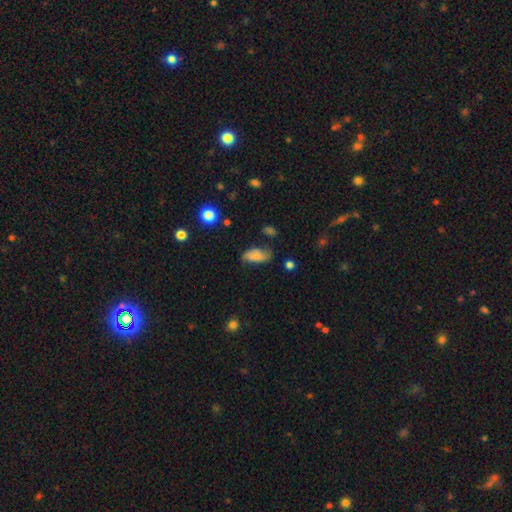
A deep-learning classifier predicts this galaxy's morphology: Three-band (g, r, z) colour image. It shows a smooth galaxy with no disk features (68%) that is in between round and cigar-shaped (88%). Merging: none (59%).